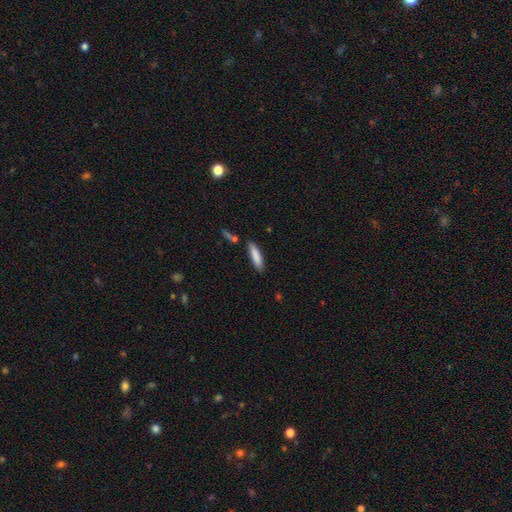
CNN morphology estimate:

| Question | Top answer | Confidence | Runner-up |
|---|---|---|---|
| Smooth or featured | smooth | 83% | featured or disk (11%) |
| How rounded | cigar-shaped | 76% | in between (22%) |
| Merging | none | 81% | minor disturbance (12%) |